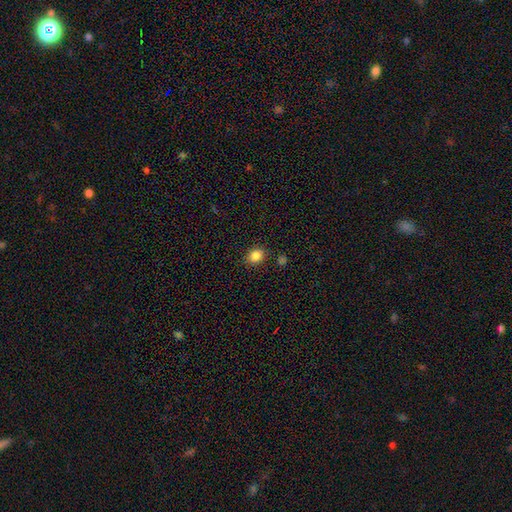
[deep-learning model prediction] smooth 84%, star or artifact 11%, featured or disk 4%. Down the decision tree: how rounded — round (63%); merging — none (85%).